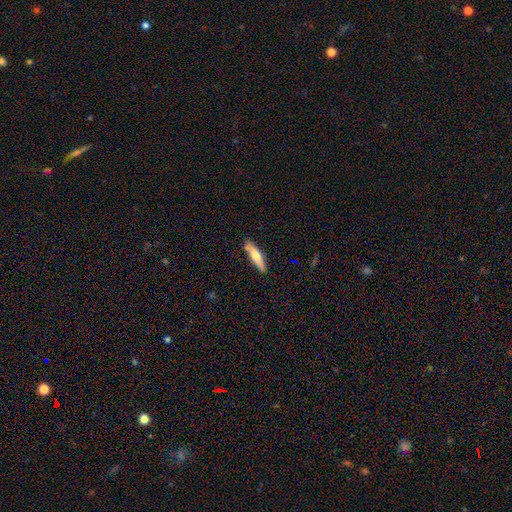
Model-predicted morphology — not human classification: This appears to be a smooth galaxy with no disk features (55%) that is cigar-shaped (78%). Merging: none (86%).